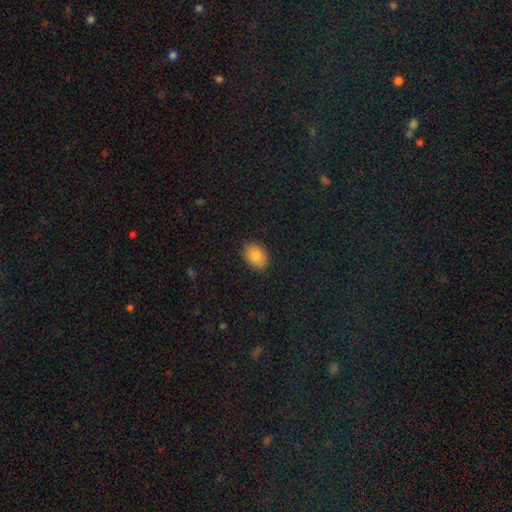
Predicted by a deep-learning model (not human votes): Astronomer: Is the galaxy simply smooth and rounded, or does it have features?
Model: smooth — 85%.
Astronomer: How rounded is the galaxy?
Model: in between — 68%.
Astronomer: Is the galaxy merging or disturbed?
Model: none — 85%.